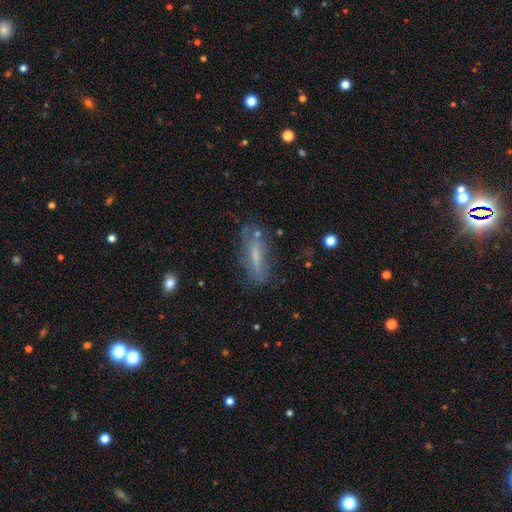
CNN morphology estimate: Overall: smooth (46%; featured or disk 44%). Merging: none (65%).